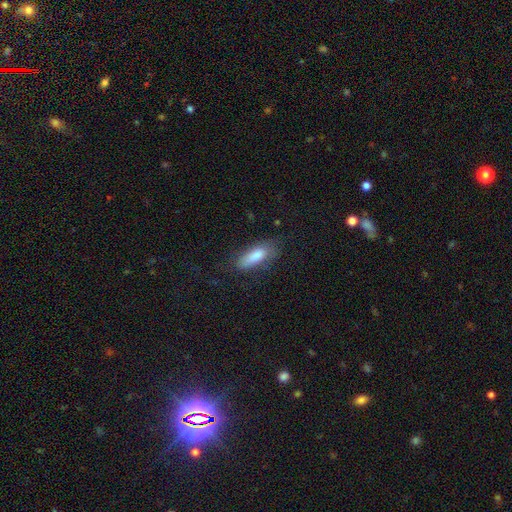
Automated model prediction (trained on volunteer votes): Q: Smooth or featured?
A: smooth (81%); runner-up: featured or disk (12%)
Q: How rounded?
A: in between (68%); runner-up: cigar-shaped (30%)
Q: Merging?
A: none (65%); runner-up: minor disturbance (24%)